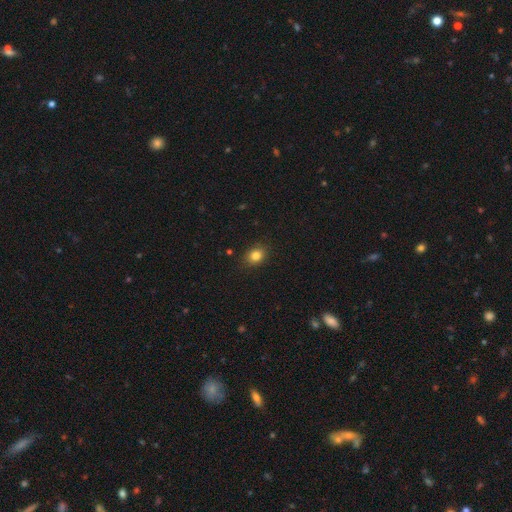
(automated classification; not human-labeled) The model was most divided on "how rounded": round: 54%, in between: 46%, cigar-shaped: 1%. More confident: merging — none (88%); smooth or featured — smooth (83%).